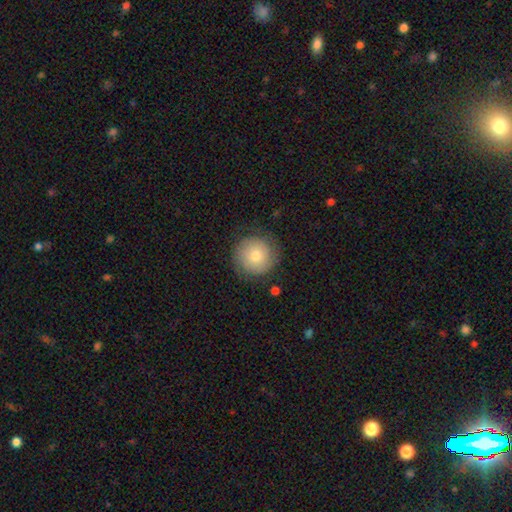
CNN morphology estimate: Smooth or featured? smooth (59%)
How rounded? round (93%)
Merging? none (78%)